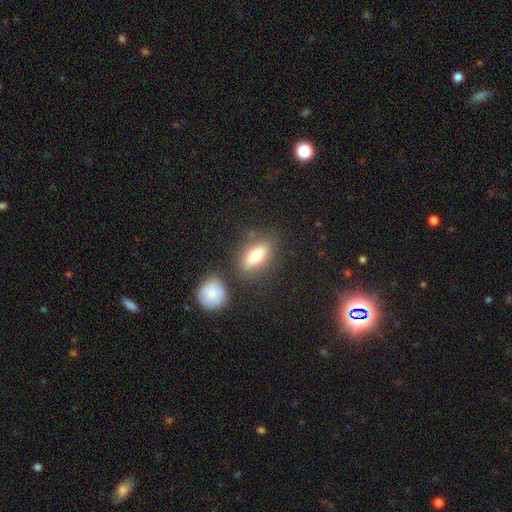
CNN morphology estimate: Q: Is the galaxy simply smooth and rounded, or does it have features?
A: smooth — 68%.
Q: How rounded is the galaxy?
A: in between — 73%.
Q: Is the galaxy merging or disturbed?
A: none — 74%.